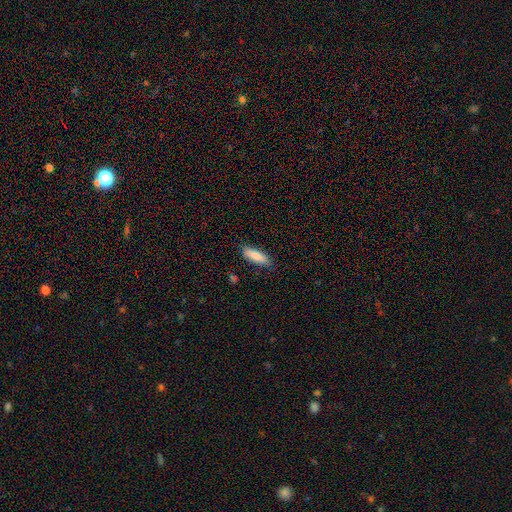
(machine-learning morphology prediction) Smooth or featured? Predicted: smooth (p=0.85). How rounded? Predicted: in between (p=0.51). Merging? Predicted: none (p=0.83).